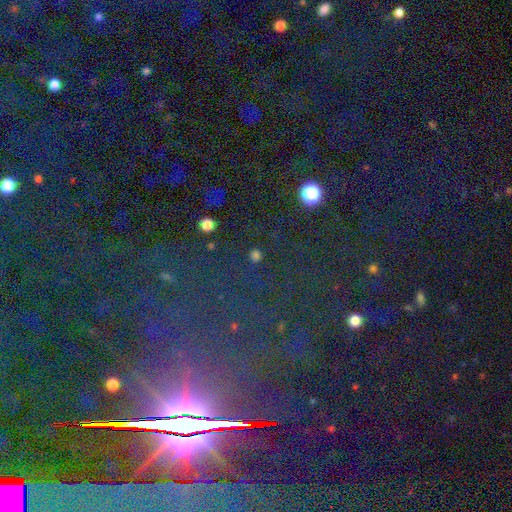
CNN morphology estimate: Smooth or featured? star or artifact (48%)